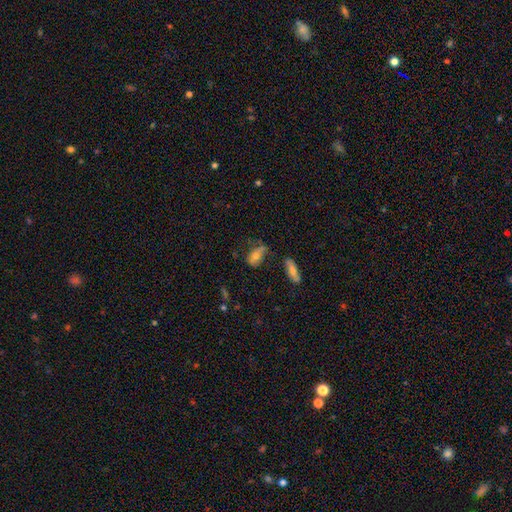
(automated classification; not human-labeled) A smooth galaxy with no disk features (55%) that is in between round and cigar-shaped (81%).

Vote fractions:
- Smooth or featured? smooth: 55% / featured or disk: 31% / star or artifact: 14%
- How rounded? in between: 81% / round: 10% / cigar-shaped: 9%
- Merging? none: 46% / minor disturbance: 28% / major disturbance: 19% / merger: 7%